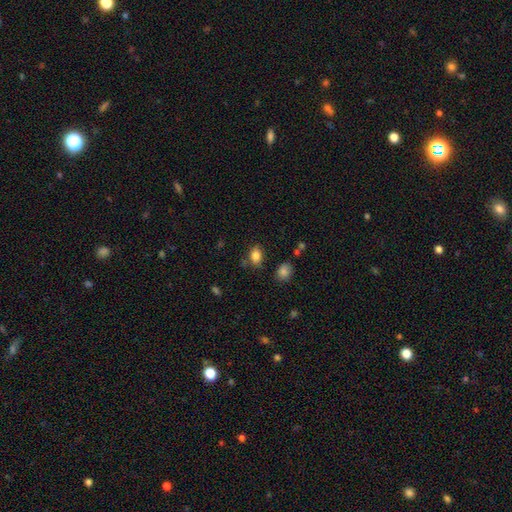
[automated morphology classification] The model was most divided on "how rounded": in between: 73%, round: 25%, cigar-shaped: 1%. More confident: smooth or featured — smooth (83%); merging — none (71%).